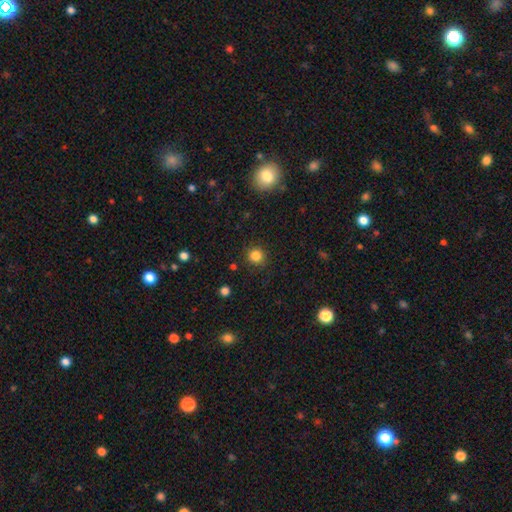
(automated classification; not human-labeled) This is clearly a smooth galaxy (84%). How rounded: clearly round (92%). Merging: clearly none (88%).